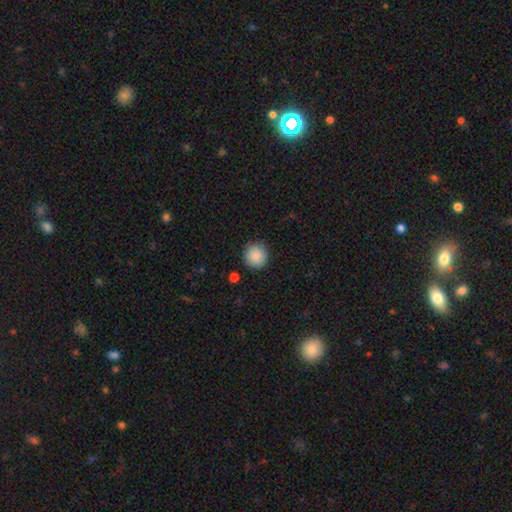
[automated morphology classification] smooth-or-featured: smooth: 89% | star or artifact: 8% | featured or disk: 4%
  how-rounded: round: 94% | in between: 5% | cigar-shaped: 1%
  merging: none: 90% | minor disturbance: 7% | major disturbance: 2% | merger: 1%